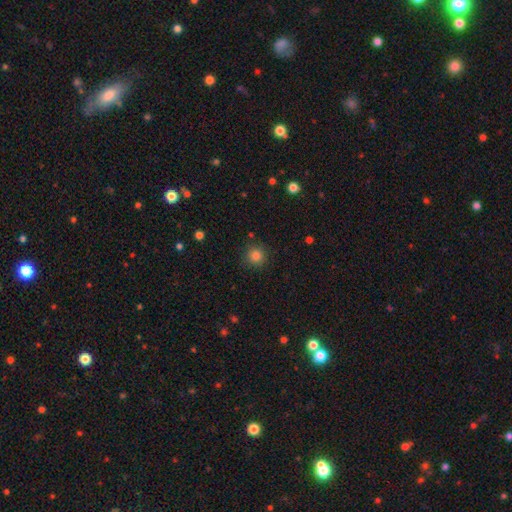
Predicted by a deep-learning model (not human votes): This appears to be a smooth galaxy with no disk features (82%) that is round (94%). Merging: none (89%).